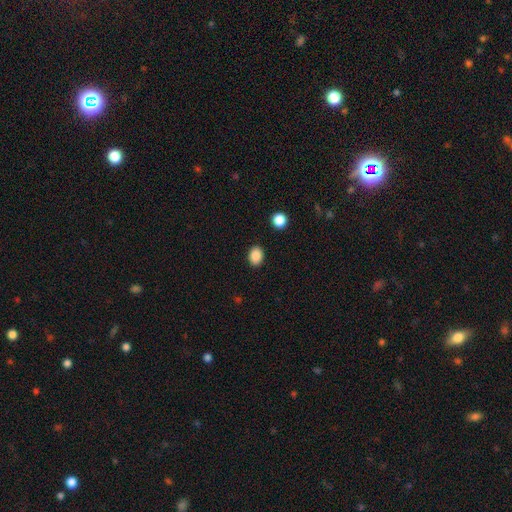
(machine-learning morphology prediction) Overall: smooth (88%). How rounded: in between (64%; round 35%). Merging: none (89%).